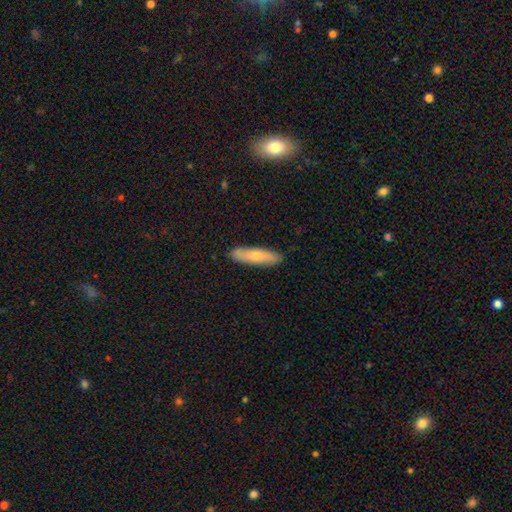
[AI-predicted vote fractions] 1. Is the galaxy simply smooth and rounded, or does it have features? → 64% smooth, 30% featured or disk, 6% star or artifact.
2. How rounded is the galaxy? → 71% cigar-shaped, 27% in between, 2% round.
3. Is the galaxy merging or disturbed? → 87% none, 10% minor disturbance, 2% major disturbance, 1% merger.